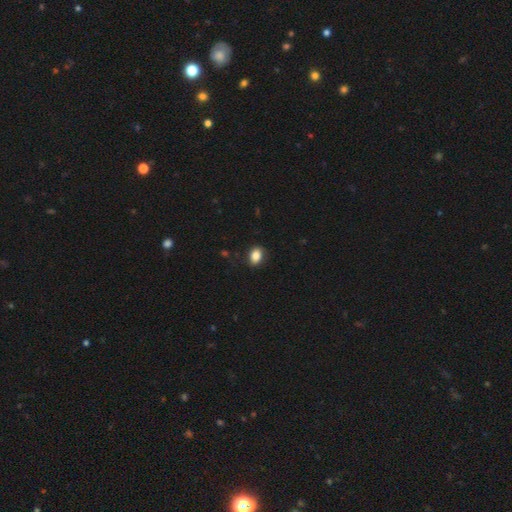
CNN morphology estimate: smooth 85%, star or artifact 9%, featured or disk 6%. Down the decision tree: how rounded — in between (75%); merging — none (85%).